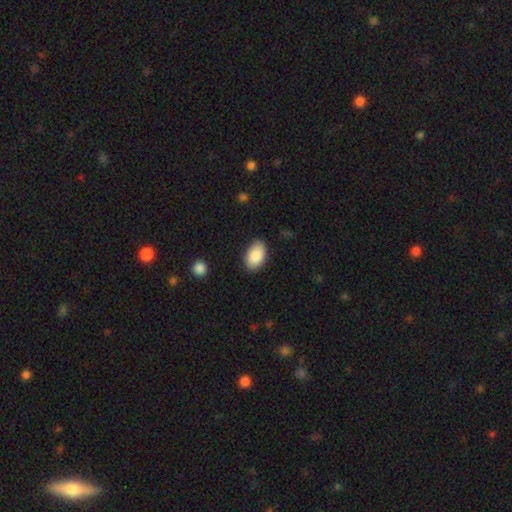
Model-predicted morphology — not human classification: Overall: smooth (88%). How rounded: in between (91%). Merging: none (81%).